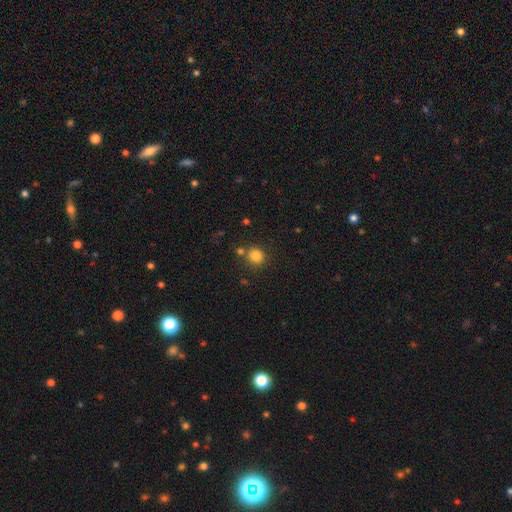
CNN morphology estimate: Smooth or featured: smooth — 83% (star or artifact — 12%)
How rounded: round — 86% (in between — 13%)
Merging: none — 75% (merger — 12%)